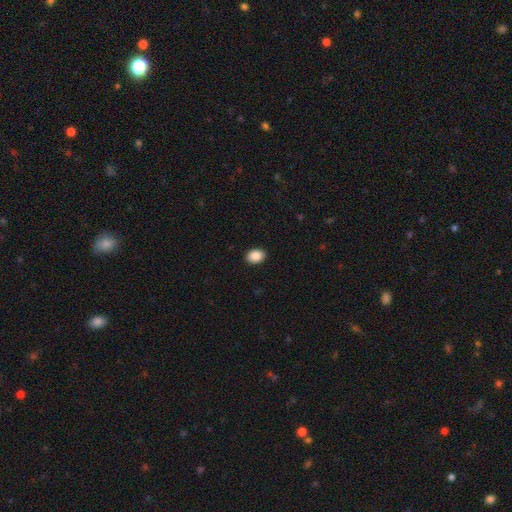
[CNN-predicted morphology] This is clearly a smooth galaxy (89%). How rounded: likely in between (70%). Merging: clearly none (91%).